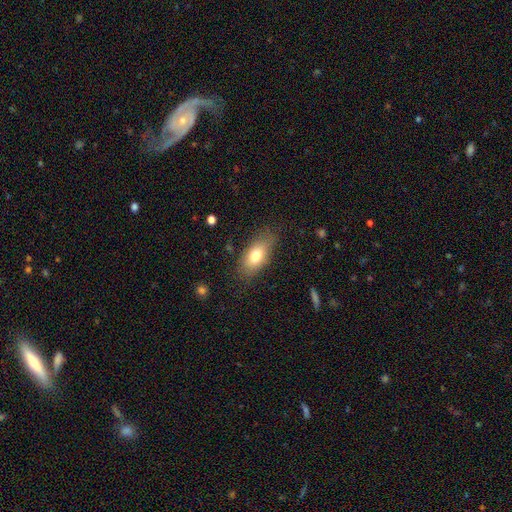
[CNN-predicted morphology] smooth_or_featured: smooth (p=0.75) [alt: featured or disk p=0.17]
how_rounded: in between (p=0.86) [alt: cigar-shaped p=0.08]
merging: none (p=0.76) [alt: minor disturbance p=0.18]